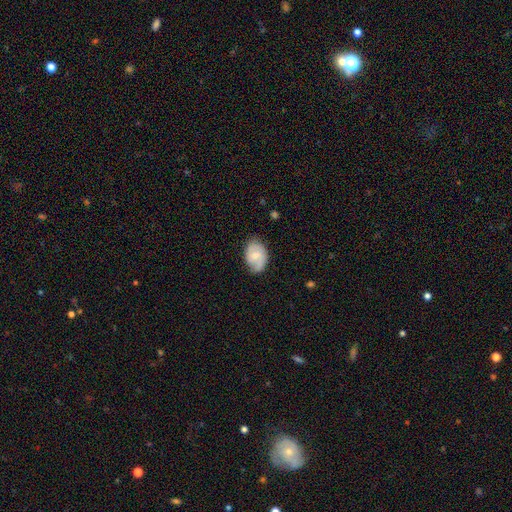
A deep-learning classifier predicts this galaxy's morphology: This appears to be a smooth galaxy with no disk features (48%). Merging: none (67%).